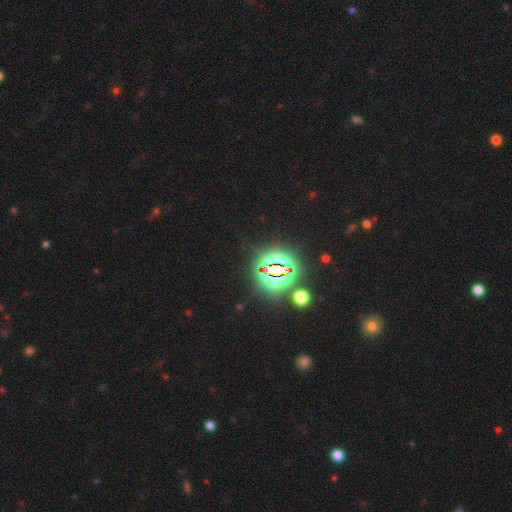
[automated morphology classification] Smooth or featured: star or artifact — 82% (smooth — 11%)